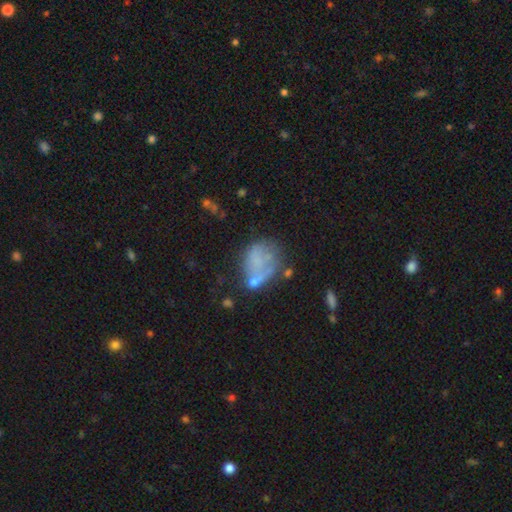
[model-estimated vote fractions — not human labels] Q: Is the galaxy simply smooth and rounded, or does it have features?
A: smooth — 49%.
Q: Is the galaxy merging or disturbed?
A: none — 33%.